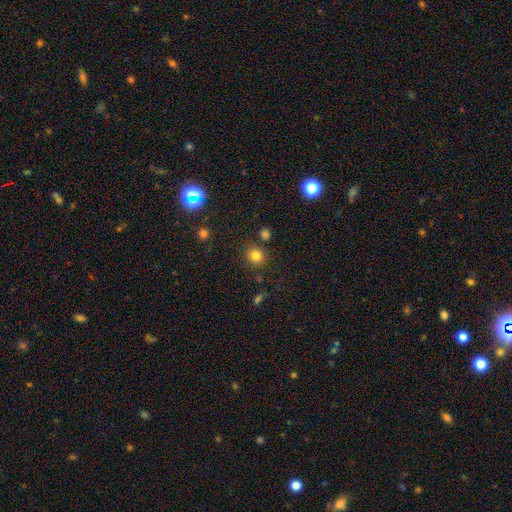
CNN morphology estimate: Smooth or featured? smooth (81%)
How rounded? round (86%)
Merging? none (83%)